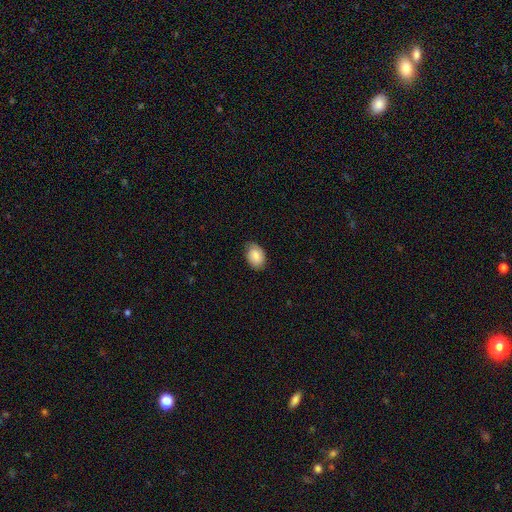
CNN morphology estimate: Overall: smooth (83%). How rounded: in between (82%). Merging: none (77%).